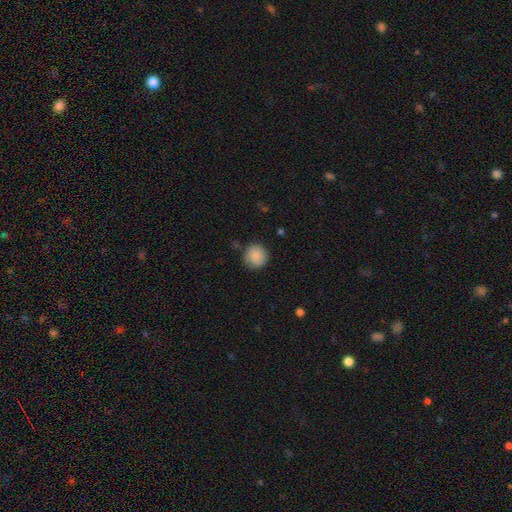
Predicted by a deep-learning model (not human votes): A smooth galaxy with no disk features (88%) that is round (91%).

Vote fractions:
- Smooth or featured? smooth: 88% / star or artifact: 7% / featured or disk: 5%
- How rounded? round: 91% / in between: 8% / cigar-shaped: 1%
- Merging? none: 83% / minor disturbance: 12% / major disturbance: 3% / merger: 2%